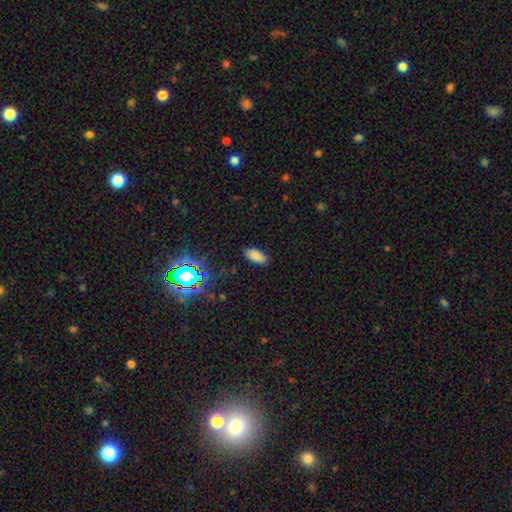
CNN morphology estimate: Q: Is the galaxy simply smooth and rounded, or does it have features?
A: smooth — 81%.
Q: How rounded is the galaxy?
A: in between — 90%.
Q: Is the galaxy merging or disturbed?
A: none — 86%.